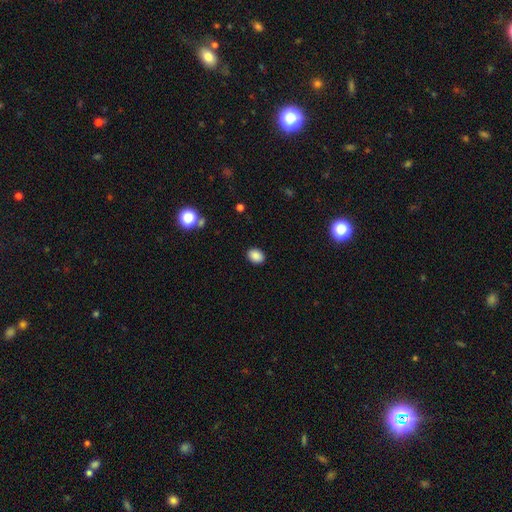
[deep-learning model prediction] Smooth or featured?
  - smooth: 87% *
  - star or artifact: 9%
  - featured or disk: 4%
How rounded?
  - in between: 67% *
  - round: 32%
  - cigar-shaped: 1%
Merging?
  - none: 90% *
  - minor disturbance: 7%
  - major disturbance: 2%
  - merger: 1%